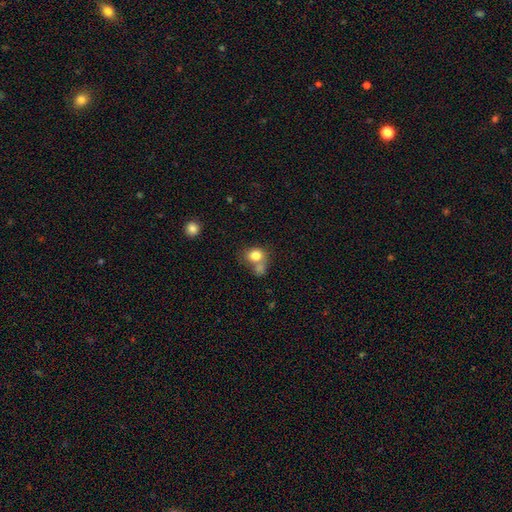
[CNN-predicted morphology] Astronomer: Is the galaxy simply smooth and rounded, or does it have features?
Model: smooth — 80%.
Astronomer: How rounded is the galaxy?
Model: round — 65%.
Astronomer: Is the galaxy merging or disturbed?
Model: merger — 42% (runner-up: none, 39%).